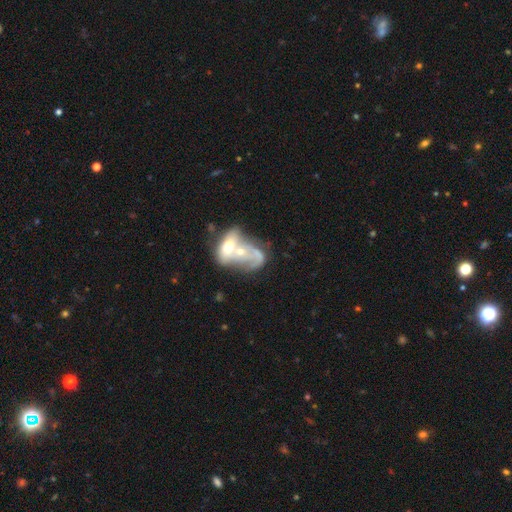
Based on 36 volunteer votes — A featured or disk galaxy (50%) with no bar (94%), no spiral arms (53%) and a moderate central bulge (59%).

Vote fractions:
- Smooth or featured? featured or disk: 50% / smooth: 42% / star or artifact: 8%
- Edge-on disk? no: 94% / yes: 6%
- Bar? no: 94% / weak: 6% / strong: 0%
- Spiral arms? no: 53% / yes: 47%
- Bulge size? moderate: 59% / small: 29% / large: 6% / none: 6% / dominant: 0%
- Merging? merger: 85% / none: 6% / major disturbance: 6% / minor disturbance: 3%